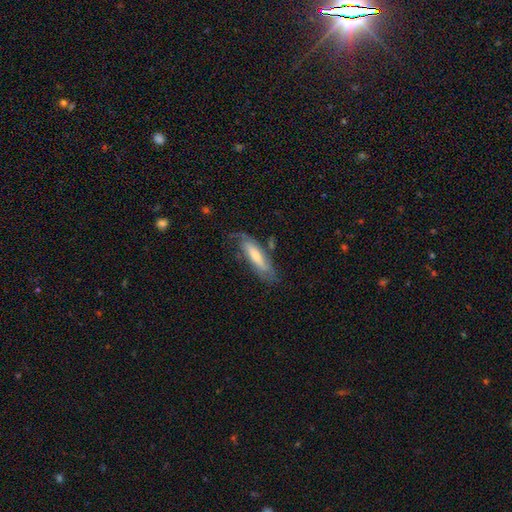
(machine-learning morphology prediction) featured or disk 53%, smooth 41%, star or artifact 6%. Down the decision tree: edge-on disk — no (70%); merging — none (58%).